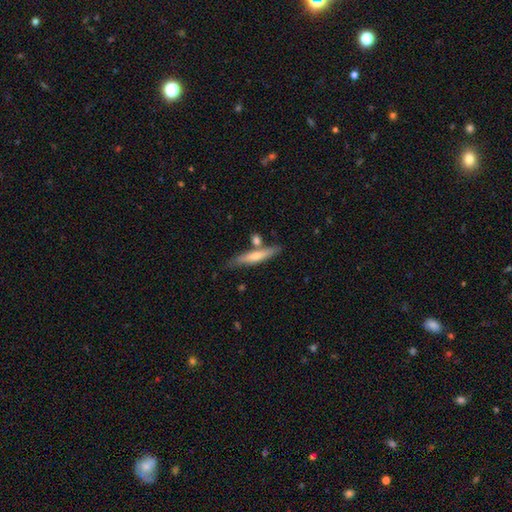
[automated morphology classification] Smooth or featured: smooth — 50% (featured or disk — 44%)
Merging: none — 73% (minor disturbance — 13%)